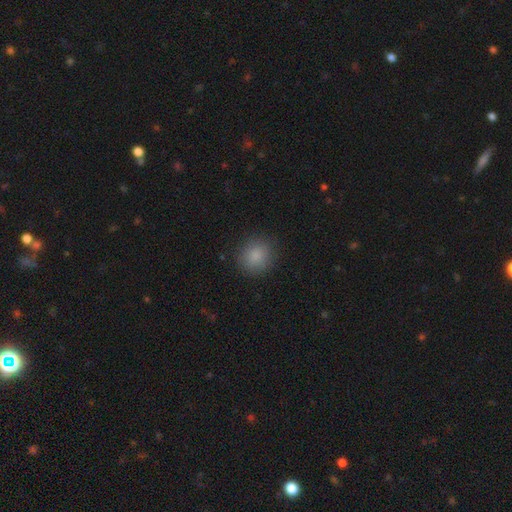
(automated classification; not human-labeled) Morphology: type=smooth (86%); roundness=round (84%); merging=none (87%).